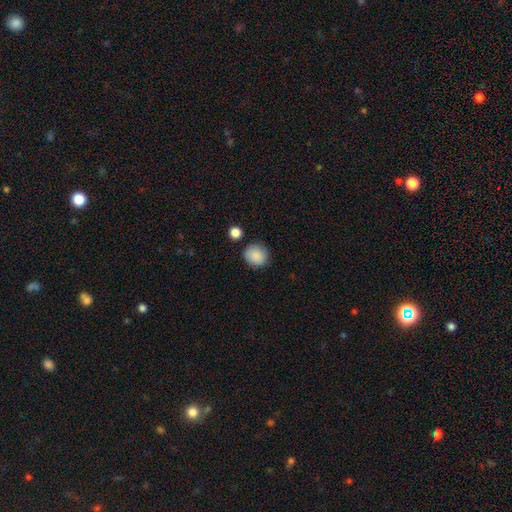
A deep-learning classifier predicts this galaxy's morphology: smooth_or_featured: smooth (p=0.87) [alt: star or artifact p=0.08]
how_rounded: round (p=0.84) [alt: in between p=0.15]
merging: none (p=0.83) [alt: minor disturbance p=0.11]